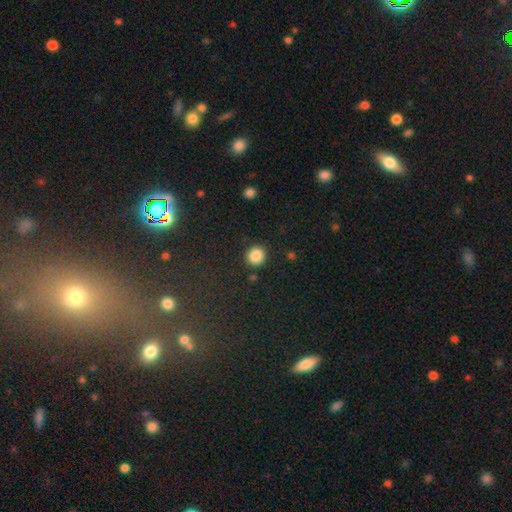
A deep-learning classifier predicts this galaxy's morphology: type=smooth (87%); roundness=round (89%); merging=none (90%).